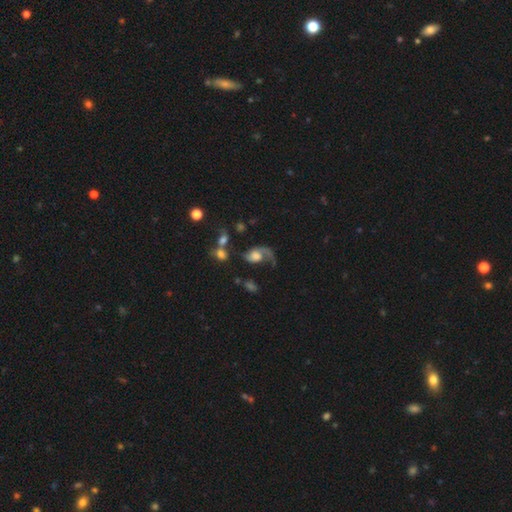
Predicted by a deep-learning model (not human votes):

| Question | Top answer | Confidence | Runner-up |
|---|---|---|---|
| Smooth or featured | featured or disk | 71% | smooth (21%) |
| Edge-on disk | no | 97% | yes (3%) |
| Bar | no | 69% | weak (26%) |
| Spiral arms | yes | 91% | no (9%) |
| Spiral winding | loose | 62% | medium (29%) |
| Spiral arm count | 1 | 56% | 2 (38%) |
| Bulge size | large | 39% | moderate (30%) |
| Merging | none | 37% | major disturbance (36%) |